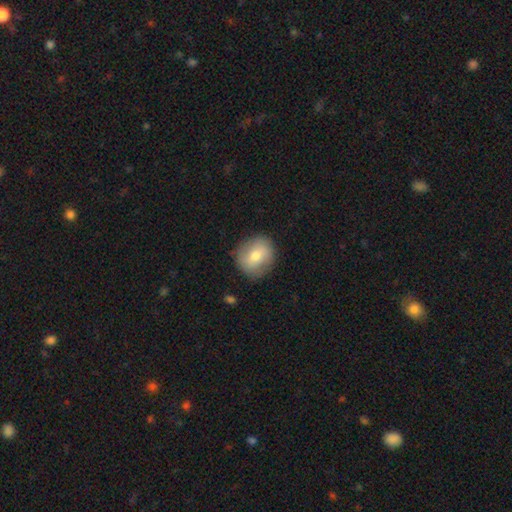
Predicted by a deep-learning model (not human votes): smooth 68%, featured or disk 24%, star or artifact 7%. Down the decision tree: how rounded — round (78%); merging — none (84%).